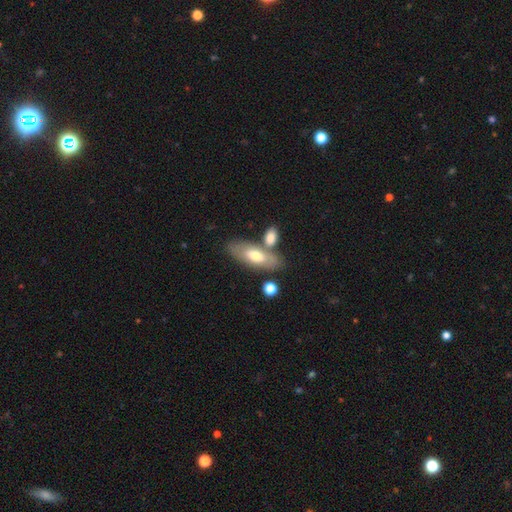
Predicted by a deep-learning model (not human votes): smooth 59%, featured or disk 35%, star or artifact 6%. Down the decision tree: how rounded — in between (71%); merging — none (61%).